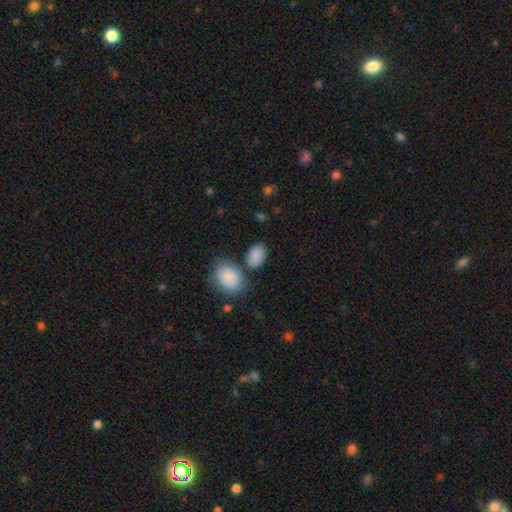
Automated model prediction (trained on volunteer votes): This appears to be a smooth galaxy with no disk features (87%) that is in between round and cigar-shaped (85%). Merging: none (65%).